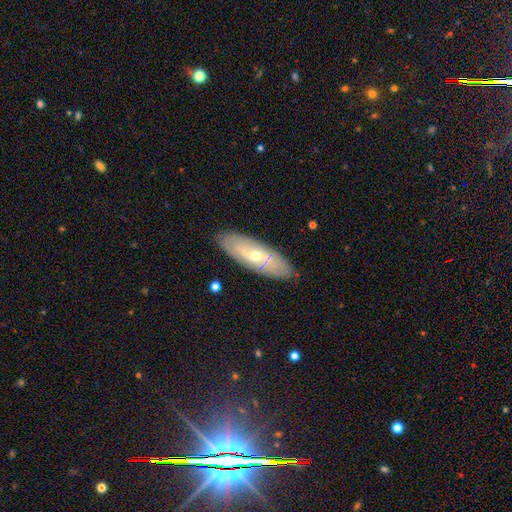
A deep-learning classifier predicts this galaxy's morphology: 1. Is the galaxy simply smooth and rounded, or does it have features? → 63% featured or disk, 29% smooth, 7% star or artifact.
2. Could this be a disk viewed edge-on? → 72% no, 28% yes.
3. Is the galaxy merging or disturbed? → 85% none, 11% minor disturbance, 2% major disturbance, 2% merger.